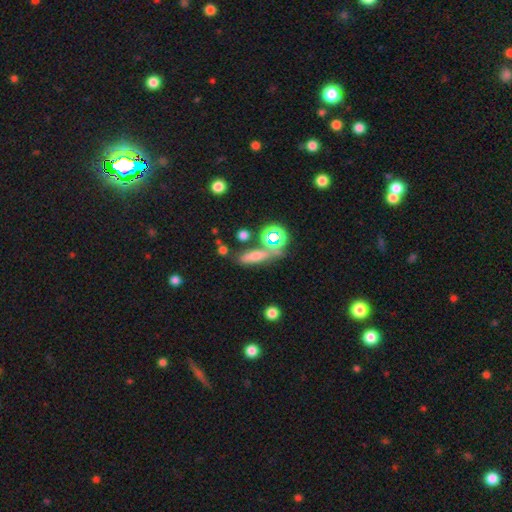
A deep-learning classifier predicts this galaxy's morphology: Smooth or featured?
  - smooth: 56% *
  - star or artifact: 24%
  - featured or disk: 19%
How rounded?
  - cigar-shaped: 53% *
  - in between: 33%
  - round: 15%
Merging?
  - none: 61% *
  - merger: 18%
  - minor disturbance: 14%
  - major disturbance: 7%